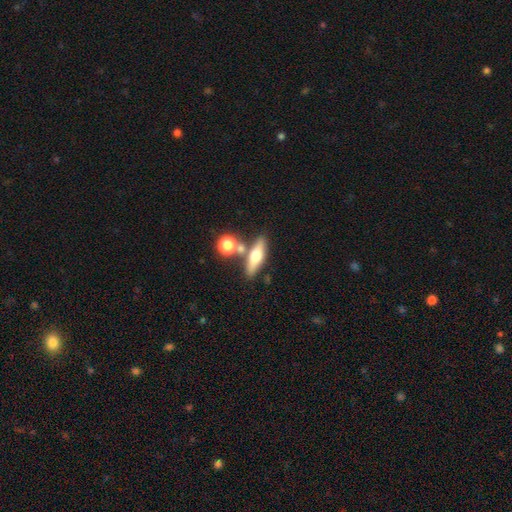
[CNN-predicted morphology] This is possibly a smooth galaxy (51%). How rounded: possibly cigar-shaped (50%). Merging: likely none (66%).